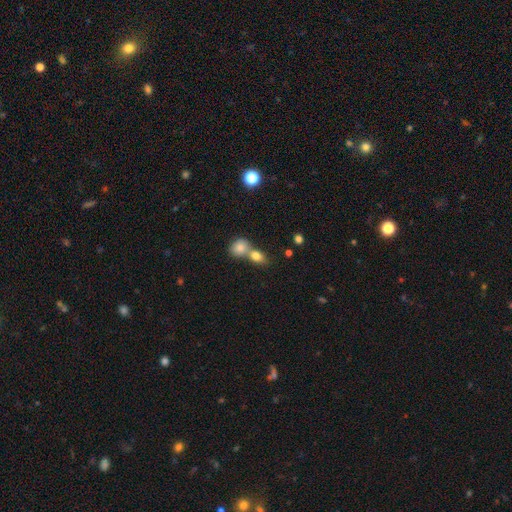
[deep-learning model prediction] A smooth galaxy with no disk features (80%) that is in between round and cigar-shaped (60%). Merging: merger (57%).